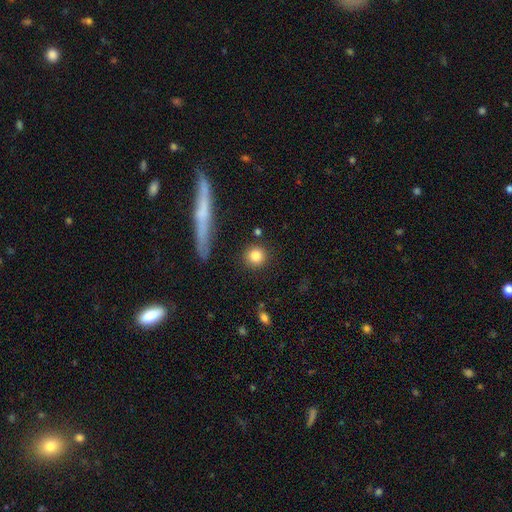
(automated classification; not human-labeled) Morphology: type=smooth (83%); roundness=round (90%); merging=none (88%).